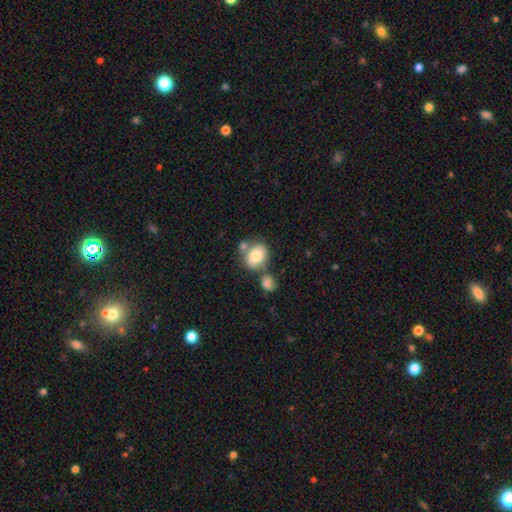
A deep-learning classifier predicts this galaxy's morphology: Smooth or featured?
  - smooth: 80% *
  - featured or disk: 13%
  - star or artifact: 8%
How rounded?
  - in between: 67% *
  - round: 32%
  - cigar-shaped: 1%
Merging?
  - none: 49% *
  - merger: 30%
  - minor disturbance: 15%
  - major disturbance: 5%